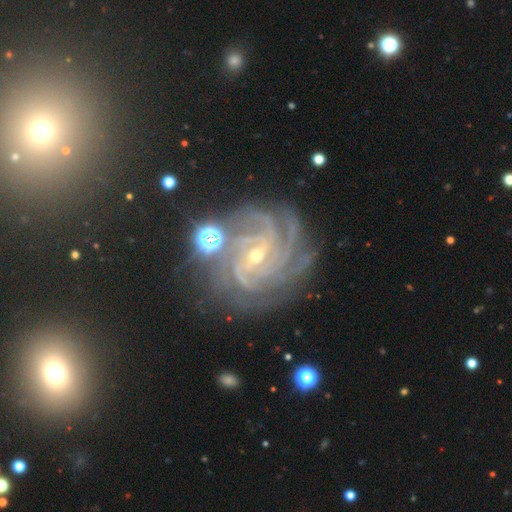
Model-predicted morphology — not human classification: Overall: featured or disk (88%). Edge-on disk: no (98%). Bar: weak (43%; no 29%). Spiral arms: yes (99%). Spiral arm count: 4 (32%; more than 4 26%). Spiral winding: tight (72%). Bulge size: small (70%). Merging: none (75%).